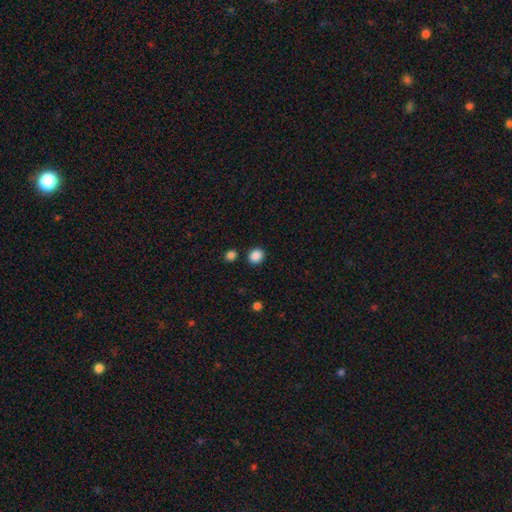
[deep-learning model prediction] A smooth galaxy with no disk features (87%) that is round (78%).

Vote fractions:
- Smooth or featured? smooth: 87% / star or artifact: 10% / featured or disk: 3%
- How rounded? round: 78% / in between: 21% / cigar-shaped: 1%
- Merging? none: 86% / minor disturbance: 7% / merger: 4% / major disturbance: 2%